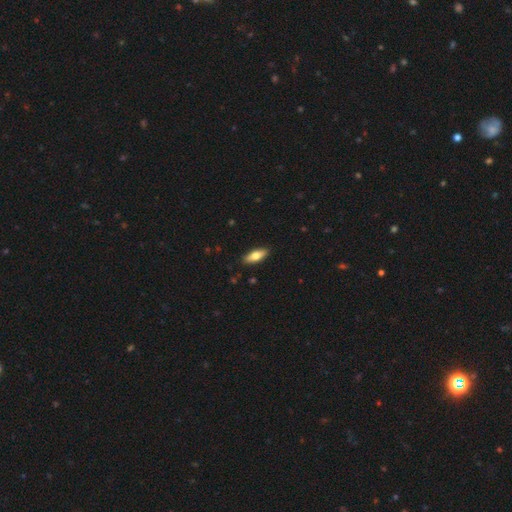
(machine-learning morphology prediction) A smooth galaxy with no disk features (70%) that is in between round and cigar-shaped (66%).

Vote fractions:
- Smooth or featured? smooth: 70% / featured or disk: 24% / star or artifact: 6%
- How rounded? in between: 66% / cigar-shaped: 32% / round: 2%
- Merging? none: 89% / minor disturbance: 8% / major disturbance: 2% / merger: 1%